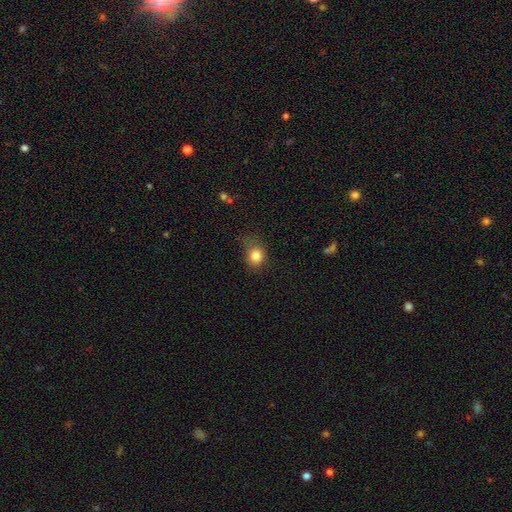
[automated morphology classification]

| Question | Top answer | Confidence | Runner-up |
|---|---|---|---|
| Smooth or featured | smooth | 83% | star or artifact (10%) |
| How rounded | round | 61% | in between (38%) |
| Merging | none | 52% | minor disturbance (32%) |